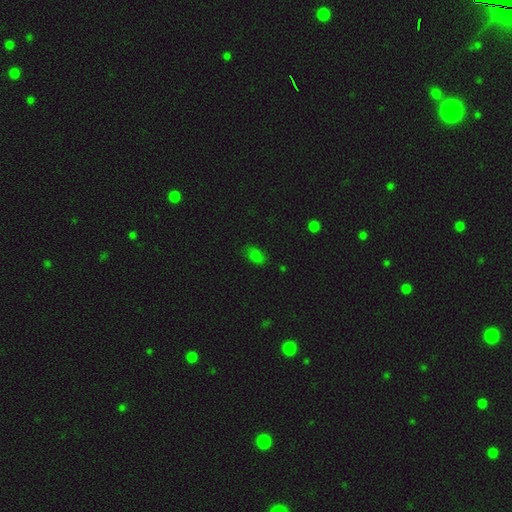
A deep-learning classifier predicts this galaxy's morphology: A smooth galaxy with no disk features (77%) that is in between round and cigar-shaped (89%). Merging: none (74%).